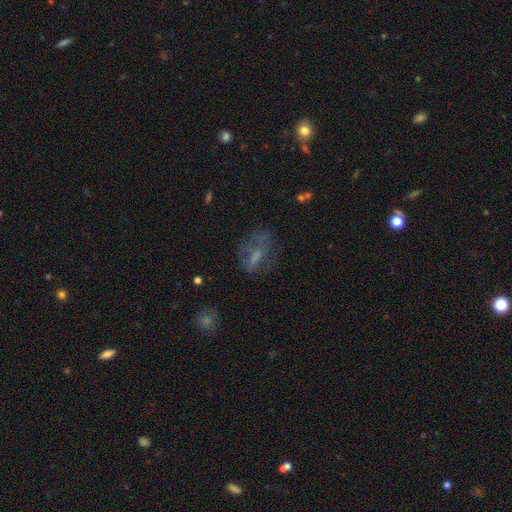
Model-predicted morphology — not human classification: type=smooth (46%); merging=none (51%).